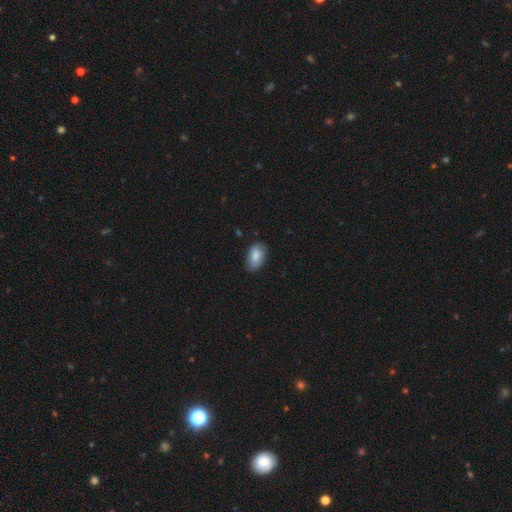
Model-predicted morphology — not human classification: Smooth or featured? Predicted: smooth (p=0.81). How rounded? Predicted: in between (p=0.91). Merging? Predicted: none (p=0.78).